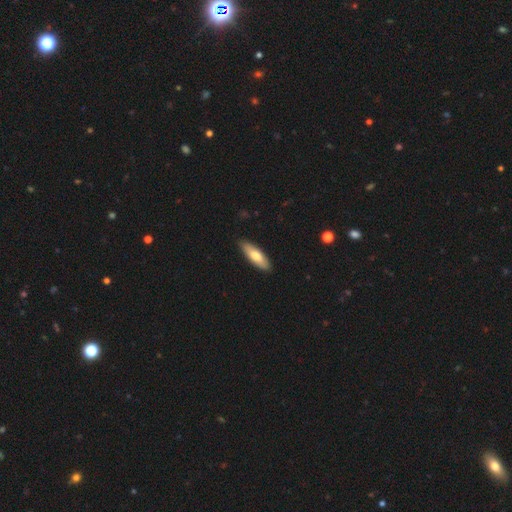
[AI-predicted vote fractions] A smooth galaxy with no disk features (70%) that is in between round and cigar-shaped (52%). Merging: none (88%).